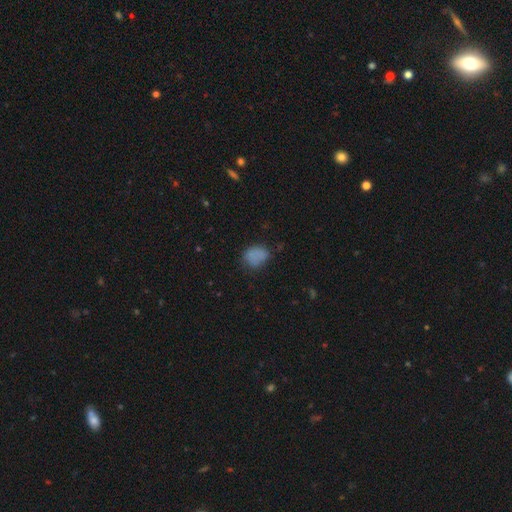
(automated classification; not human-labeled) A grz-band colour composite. It shows a smooth galaxy with no disk features (78%) that is in between round and cigar-shaped (54%). Merging: none (58%).